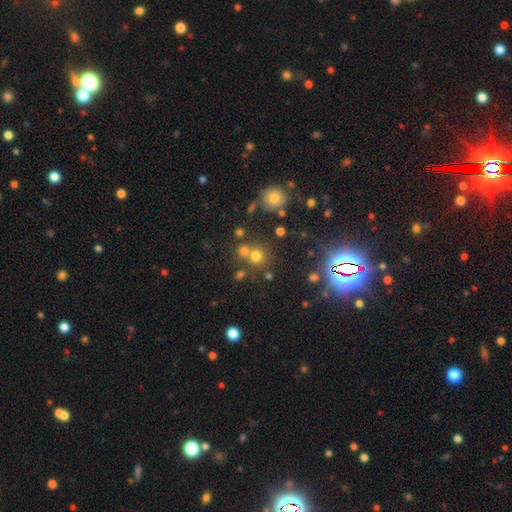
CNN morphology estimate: This appears to be a smooth galaxy with no disk features (68%) that is round (89%). Merging: none (63%).